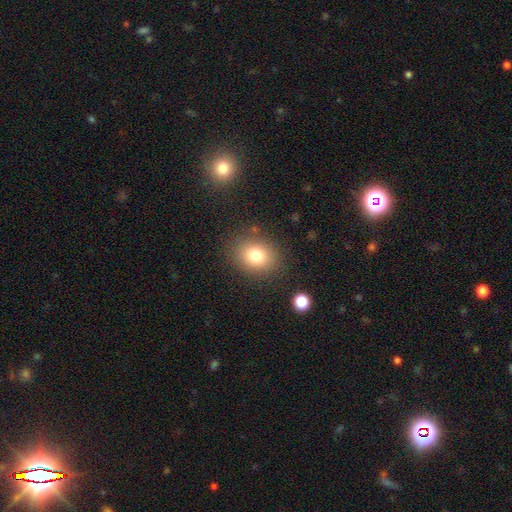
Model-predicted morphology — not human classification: Overall: smooth (79%). How rounded: round (58%; in between 41%). Merging: none (84%).